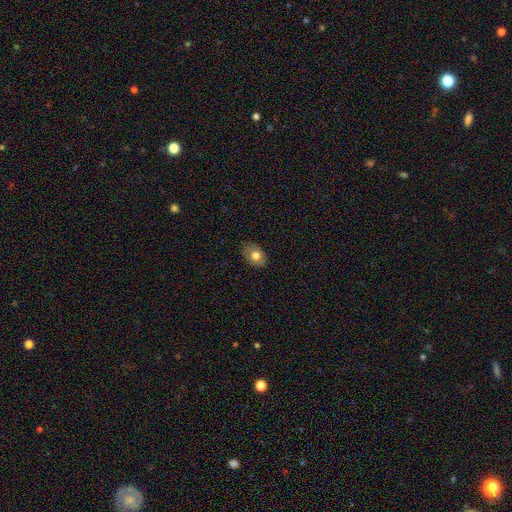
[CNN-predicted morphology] A smooth galaxy with no disk features (73%) that is in between round and cigar-shaped (74%).

Vote fractions:
- Smooth or featured? smooth: 73% / featured or disk: 19% / star or artifact: 8%
- How rounded? in between: 74% / round: 25% / cigar-shaped: 1%
- Merging? none: 79% / minor disturbance: 17% / major disturbance: 3% / merger: 1%